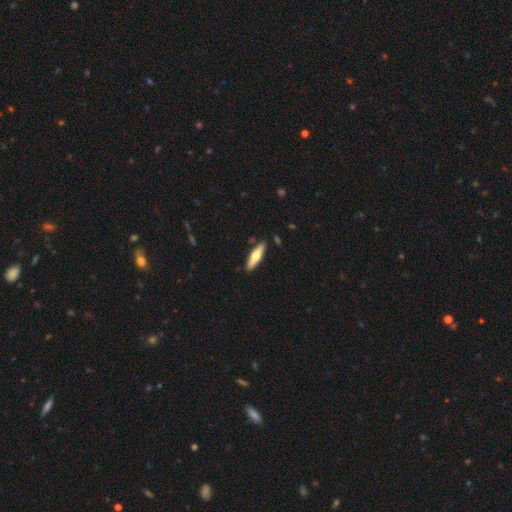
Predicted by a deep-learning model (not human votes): smooth_or_featured: smooth (p=0.52) [alt: featured or disk p=0.43]
how_rounded: cigar-shaped (p=0.72) [alt: in between p=0.26]
merging: none (p=0.89) [alt: minor disturbance p=0.08]